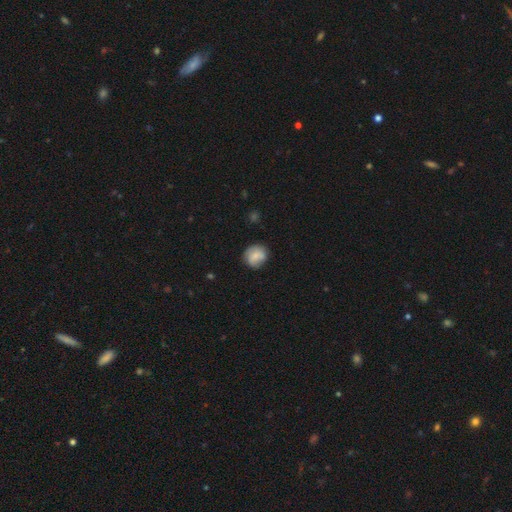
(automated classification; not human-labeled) smooth-or-featured: smooth: 73% | featured or disk: 20% | star or artifact: 8%
  how-rounded: round: 81% | in between: 18% | cigar-shaped: 1%
  merging: none: 72% | minor disturbance: 21% | major disturbance: 5% | merger: 3%